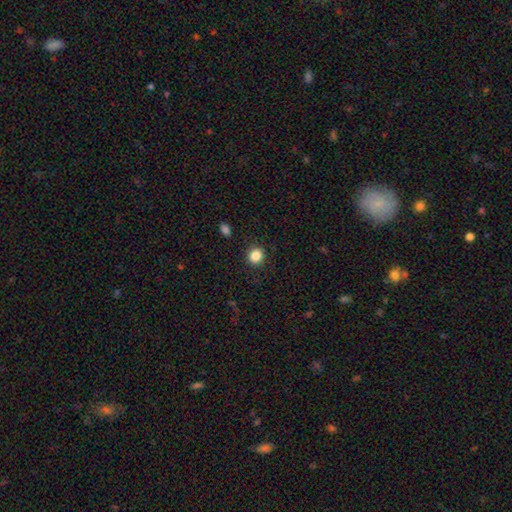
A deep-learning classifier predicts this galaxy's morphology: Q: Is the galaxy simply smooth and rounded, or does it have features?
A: smooth — 85%.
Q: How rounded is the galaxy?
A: round — 85%.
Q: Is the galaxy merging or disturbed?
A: none — 90%.